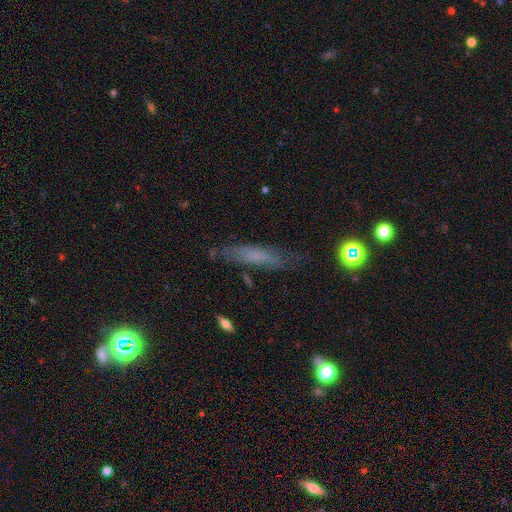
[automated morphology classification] type=smooth (53%); roundness=cigar-shaped (79%); merging=none (73%).